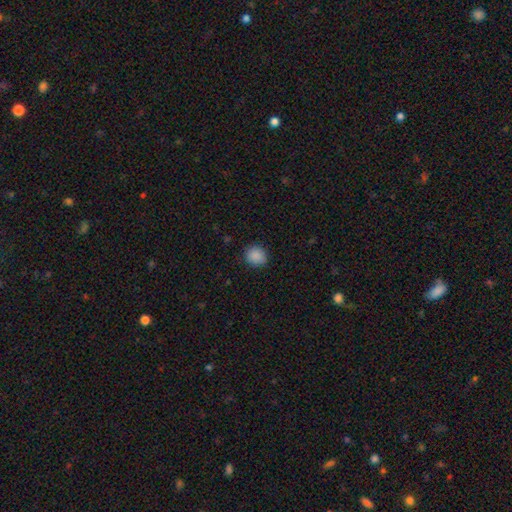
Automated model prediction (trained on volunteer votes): Smooth or featured: smooth — 88% (star or artifact — 9%)
How rounded: round — 80% (in between — 19%)
Merging: none — 87% (minor disturbance — 9%)